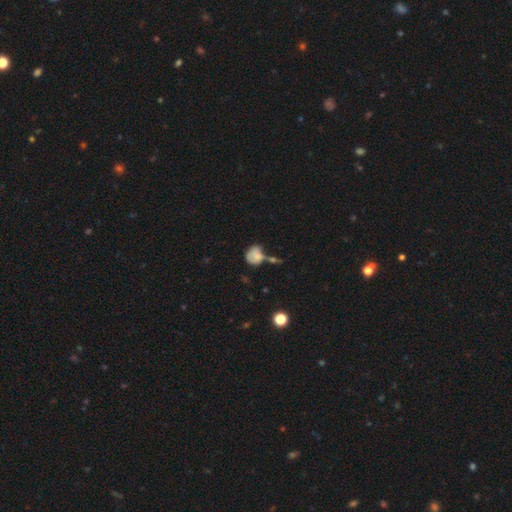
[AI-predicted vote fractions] Smooth or featured?
  - smooth: 67% *
  - featured or disk: 23%
  - star or artifact: 10%
How rounded?
  - round: 55% *
  - in between: 43%
  - cigar-shaped: 1%
Merging?
  - merger: 30% *
  - none: 29%
  - minor disturbance: 25%
  - major disturbance: 17%